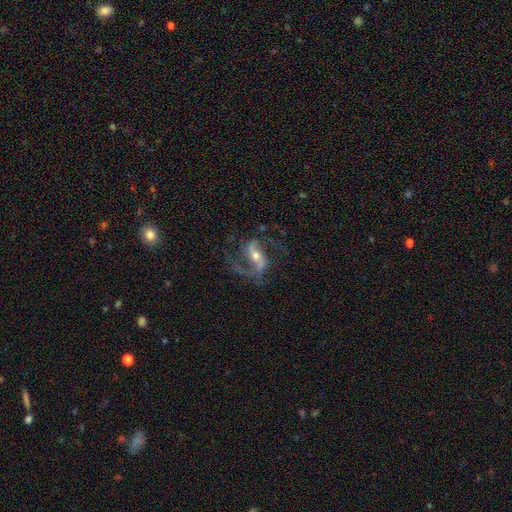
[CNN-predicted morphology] A featured or disk galaxy (89%) with a strong bar (44%), 2 (88%) medium (46%) spiral arms (97%) and a moderate central bulge (56%).

Vote fractions:
- Smooth or featured? featured or disk: 89% / star or artifact: 6% / smooth: 5%
- Edge-on disk? no: 96% / yes: 4%
- Bar? strong: 44% / weak: 35% / no: 21%
- Spiral arms? yes: 97% / no: 3%
- Spiral winding? medium: 46% / loose: 45% / tight: 9%
- Spiral arm count? 2: 88% / 3: 4% / 1: 3% / can't tell: 3% / 4: 1% / more than 4: 1%
- Bulge size? moderate: 56% / small: 38% / large: 3% / none: 1% / dominant: 1%
- Merging? none: 67% / major disturbance: 16% / minor disturbance: 15% / merger: 2%